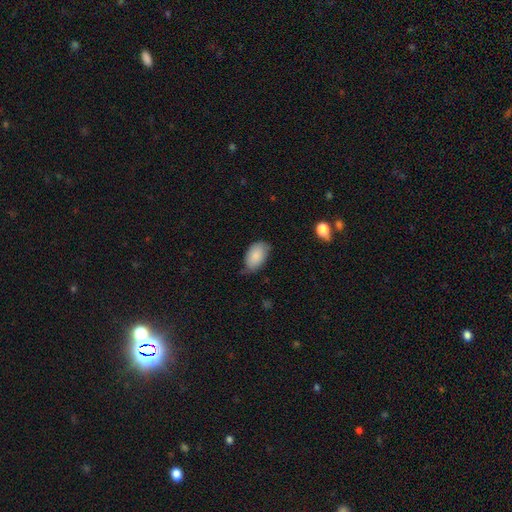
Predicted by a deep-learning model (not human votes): Morphology: type=smooth (85%); roundness=in between (93%); merging=none (61%).